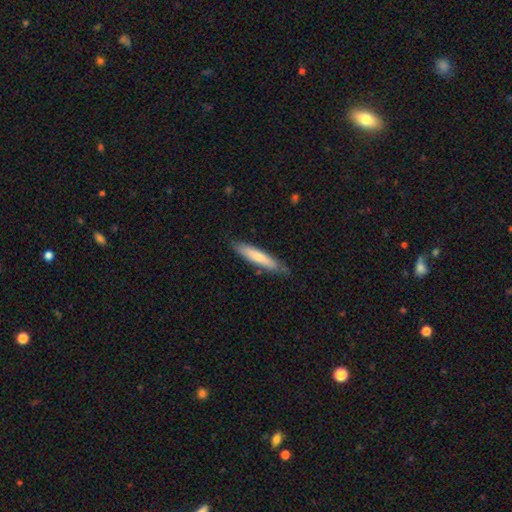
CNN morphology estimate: This appears to be a smooth galaxy with no disk features (64%) that is cigar-shaped (88%). Merging: none (81%).